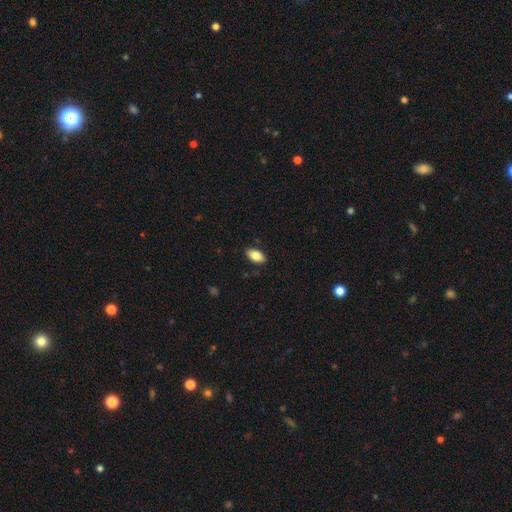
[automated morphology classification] Smooth or featured? smooth (85%)
How rounded? in between (93%)
Merging? none (88%)